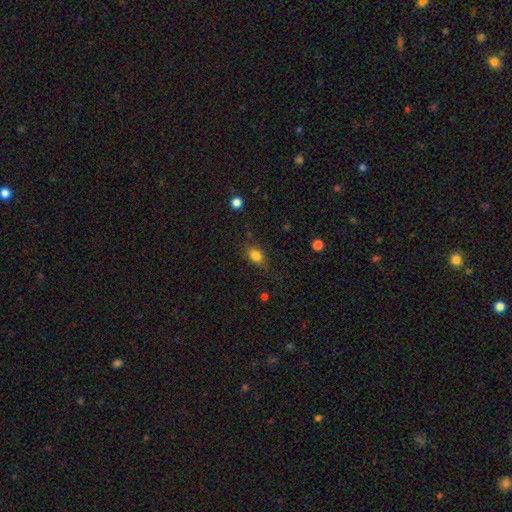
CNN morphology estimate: Overall: smooth (82%). How rounded: in between (73%). Merging: none (76%).